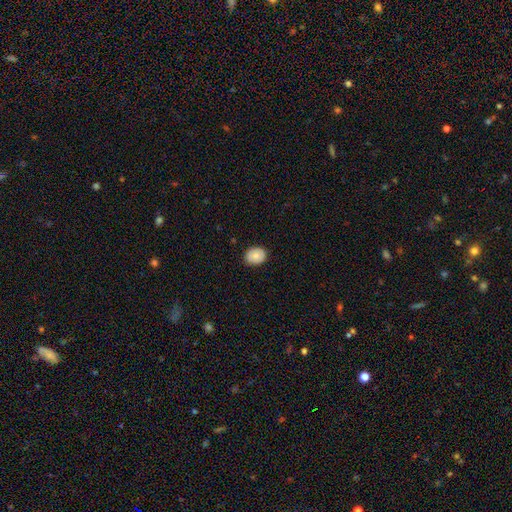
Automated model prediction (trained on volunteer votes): Smooth or featured?
  - smooth: 85% *
  - featured or disk: 8%
  - star or artifact: 7%
How rounded?
  - round: 51% *
  - in between: 48%
  - cigar-shaped: 1%
Merging?
  - none: 86% *
  - minor disturbance: 11%
  - major disturbance: 2%
  - merger: 1%